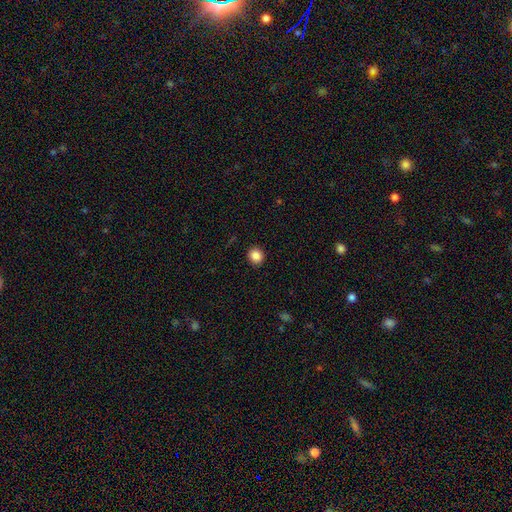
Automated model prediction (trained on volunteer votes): smooth-or-featured: smooth: 86% | star or artifact: 10% | featured or disk: 4%
  how-rounded: round: 85% | in between: 14% | cigar-shaped: 1%
  merging: none: 91% | minor disturbance: 6% | major disturbance: 2% | merger: 1%